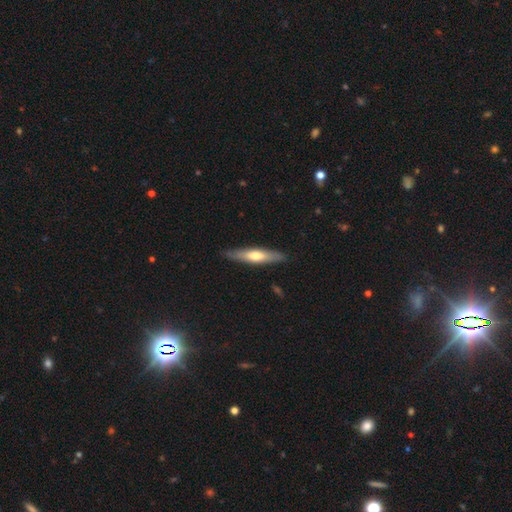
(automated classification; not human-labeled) A smooth galaxy with no disk features (51%) that is cigar-shaped (81%). Merging: none (86%).